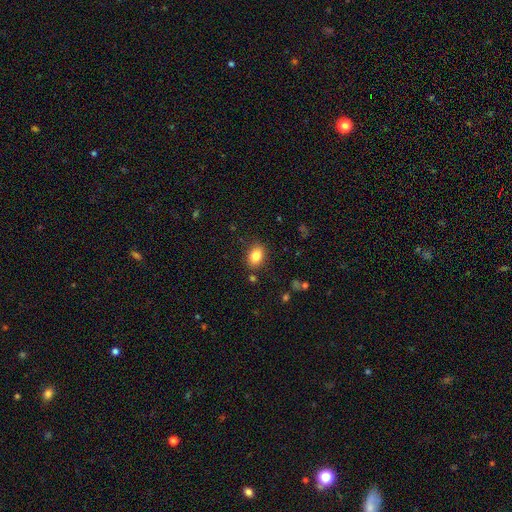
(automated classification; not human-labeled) Smooth or featured?
  - smooth: 82% *
  - star or artifact: 10%
  - featured or disk: 8%
How rounded?
  - in between: 73% *
  - round: 26%
  - cigar-shaped: 1%
Merging?
  - none: 85% *
  - minor disturbance: 10%
  - major disturbance: 3%
  - merger: 2%